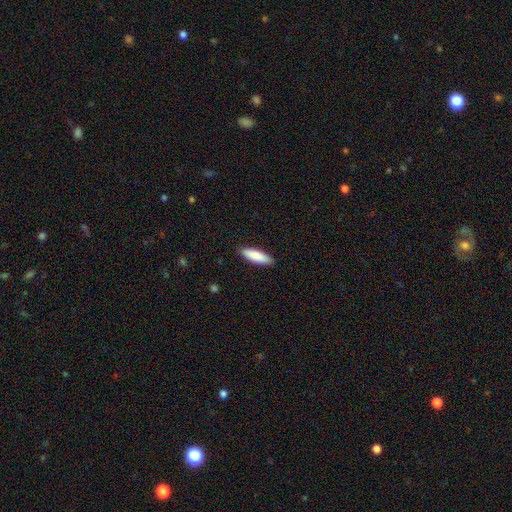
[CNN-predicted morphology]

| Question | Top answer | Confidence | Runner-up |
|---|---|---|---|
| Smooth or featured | smooth | 87% | featured or disk (8%) |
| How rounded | cigar-shaped | 54% | in between (45%) |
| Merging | none | 90% | minor disturbance (8%) |